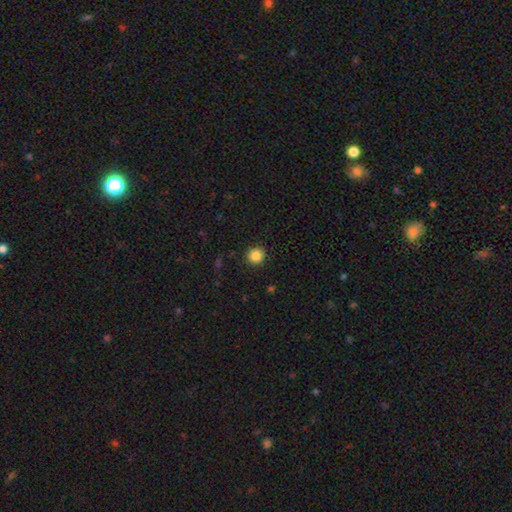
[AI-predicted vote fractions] smooth 85%, star or artifact 11%, featured or disk 4%. Down the decision tree: how rounded — round (94%); merging — none (92%).